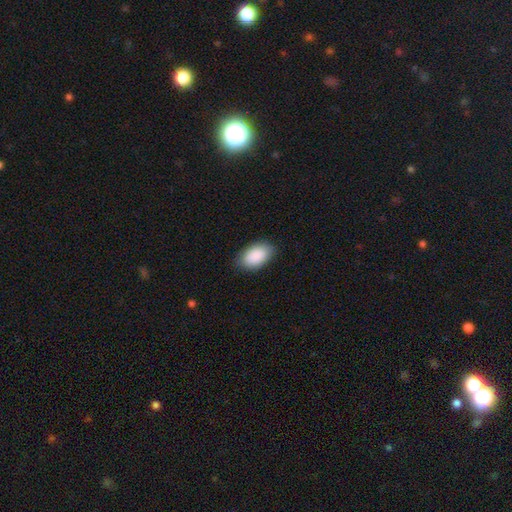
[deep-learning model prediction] Morphology: type=smooth (90%); roundness=in between (94%); merging=none (84%).